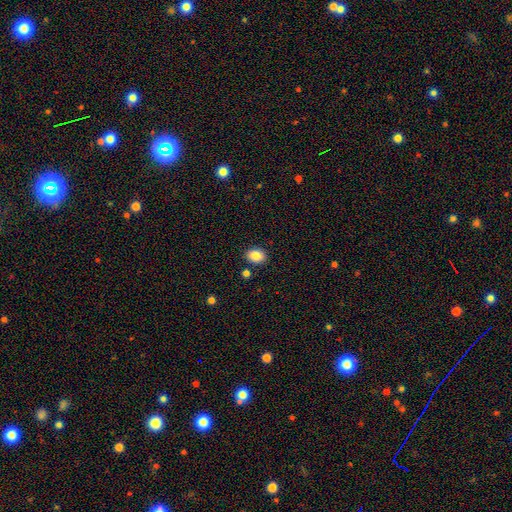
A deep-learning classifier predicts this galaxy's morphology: smooth_or_featured: smooth (p=0.85) [alt: star or artifact p=0.09]
how_rounded: in between (p=0.61) [alt: round p=0.38]
merging: none (p=0.87) [alt: minor disturbance p=0.08]